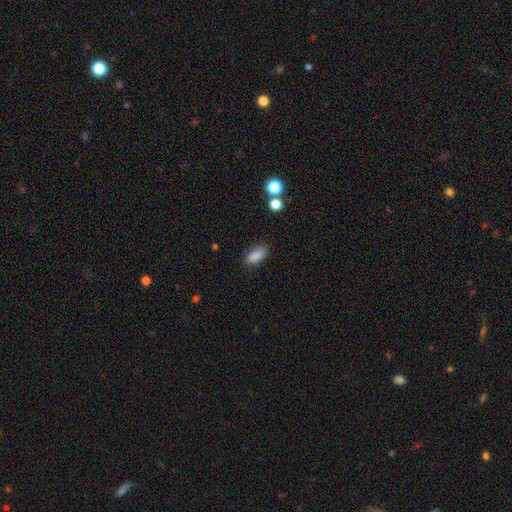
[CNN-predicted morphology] type=smooth (87%); roundness=in between (84%); merging=none (83%).